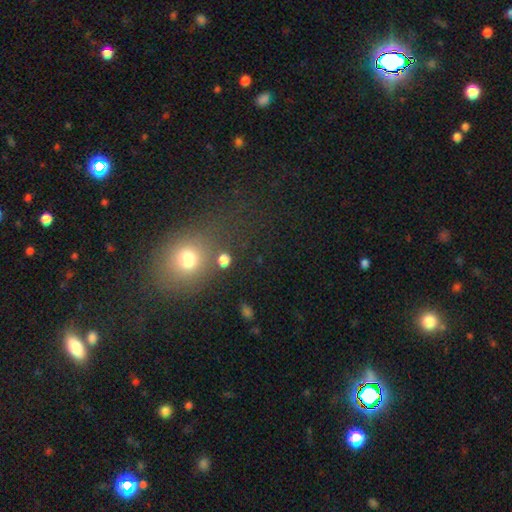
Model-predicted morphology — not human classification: This appears to be a smooth galaxy with no disk features (55%) that is round (62%). Merging: none (69%).